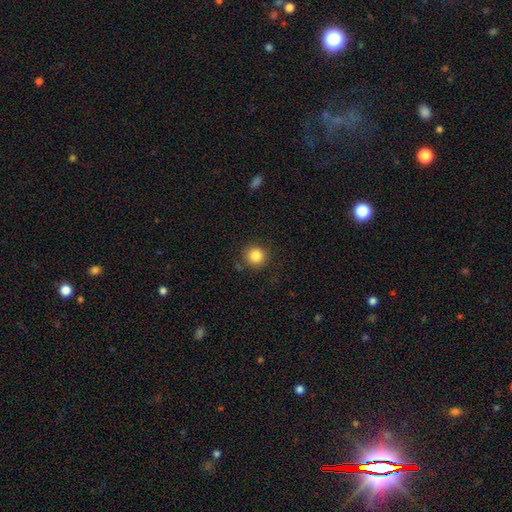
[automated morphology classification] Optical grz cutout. It shows a smooth galaxy with no disk features (85%) that is round (93%). Merging: none (86%).